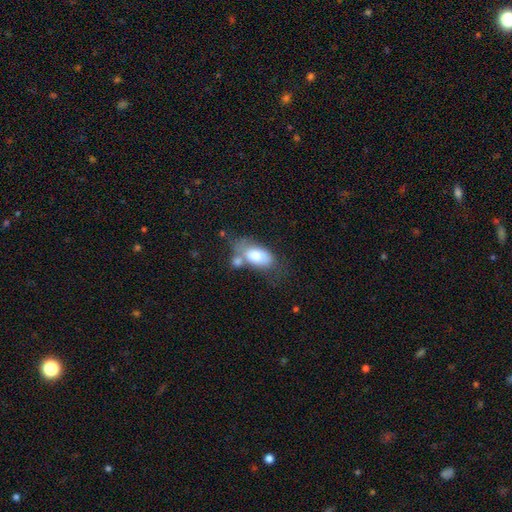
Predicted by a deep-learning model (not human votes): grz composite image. It shows a smooth galaxy with no disk features (72%) that is in between round and cigar-shaped (91%). Merging: merger (37%).